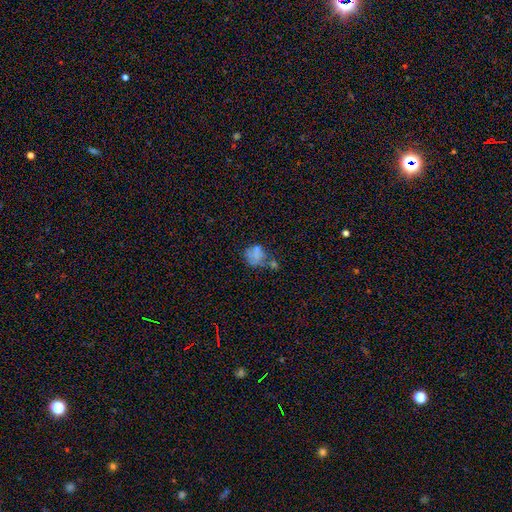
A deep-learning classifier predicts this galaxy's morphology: smooth-or-featured: smooth: 61% | featured or disk: 22% | star or artifact: 17%
  how-rounded: round: 63% | in between: 36% | cigar-shaped: 1%
  merging: none: 35% | merger: 24% | minor disturbance: 22% | major disturbance: 19%